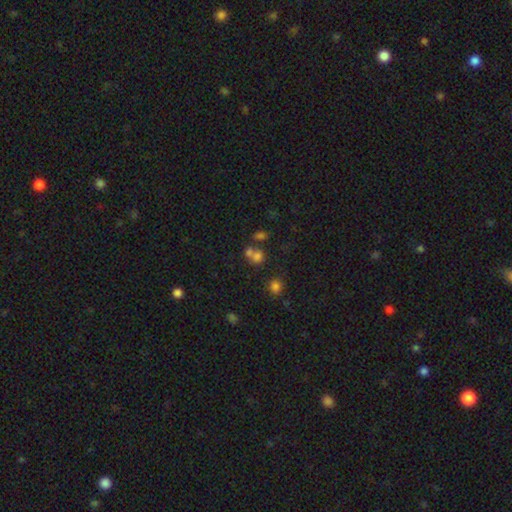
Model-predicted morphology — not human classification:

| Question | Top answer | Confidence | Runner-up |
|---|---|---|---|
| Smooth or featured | smooth | 66% | star or artifact (20%) |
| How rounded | round | 68% | in between (31%) |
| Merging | merger | 52% | none (35%) |